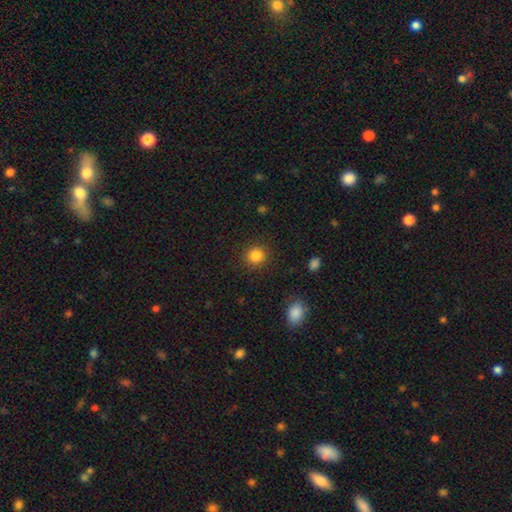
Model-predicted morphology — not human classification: Smooth or featured? smooth (85%)
How rounded? round (89%)
Merging? none (89%)